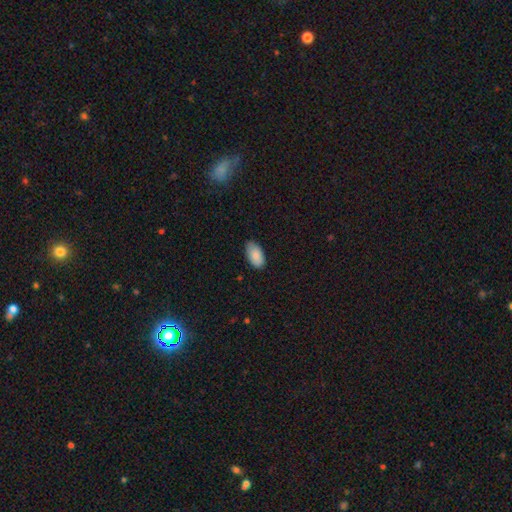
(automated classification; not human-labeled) smooth-or-featured: smooth: 87% | featured or disk: 7% | star or artifact: 6%
  how-rounded: in between: 95% | round: 3% | cigar-shaped: 2%
  merging: none: 81% | minor disturbance: 16% | major disturbance: 2% | merger: 1%